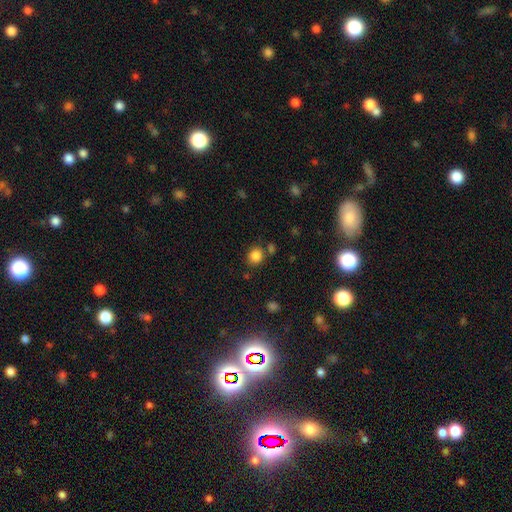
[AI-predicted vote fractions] Morphology: type=smooth (84%); roundness=round (84%); merging=none (77%).